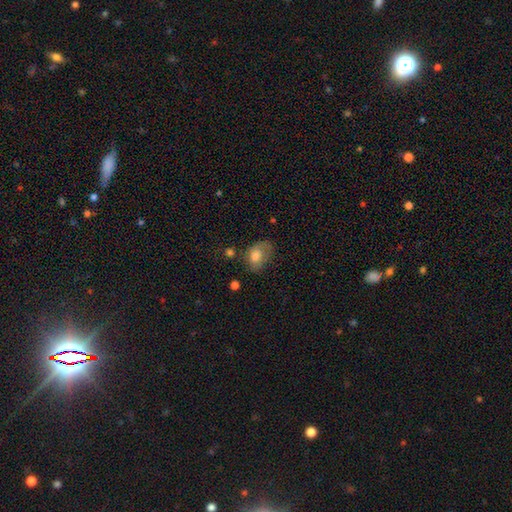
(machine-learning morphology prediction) smooth-or-featured: smooth: 72% | featured or disk: 20% | star or artifact: 8%
  how-rounded: in between: 78% | round: 21% | cigar-shaped: 1%
  merging: none: 44% | minor disturbance: 33% | major disturbance: 19% | merger: 4%